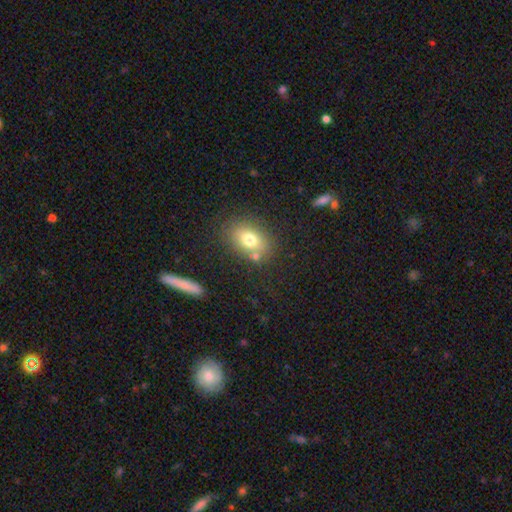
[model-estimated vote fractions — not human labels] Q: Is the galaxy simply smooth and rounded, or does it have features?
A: smooth — 72%.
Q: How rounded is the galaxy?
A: in between — 66%.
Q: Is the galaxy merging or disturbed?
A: none — 73%.